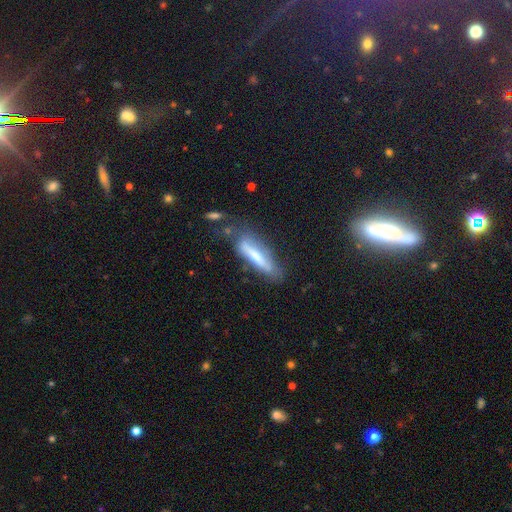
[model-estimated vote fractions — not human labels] Smooth or featured? Predicted: smooth (p=0.51). How rounded? Predicted: cigar-shaped (p=0.76). Merging? Predicted: none (p=0.53).